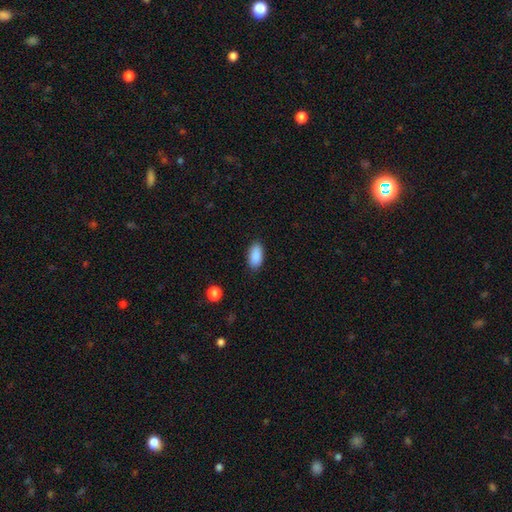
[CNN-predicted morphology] smooth 89%, star or artifact 7%, featured or disk 4%. Down the decision tree: how rounded — in between (93%); merging — none (87%).